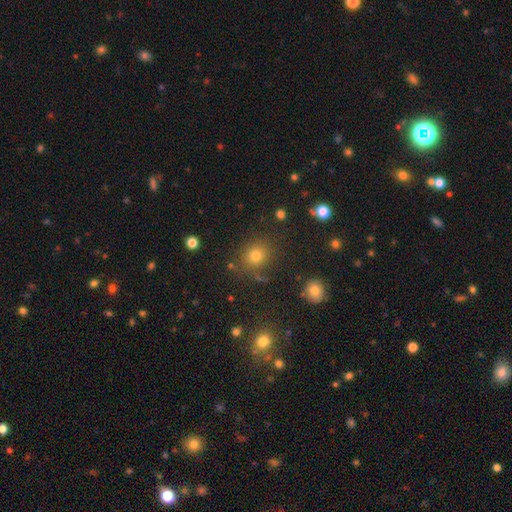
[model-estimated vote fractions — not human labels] Smooth or featured?
  - smooth: 73% *
  - star or artifact: 20%
  - featured or disk: 7%
How rounded?
  - round: 83% *
  - in between: 16%
  - cigar-shaped: 1%
Merging?
  - none: 82% *
  - minor disturbance: 9%
  - merger: 5%
  - major disturbance: 4%